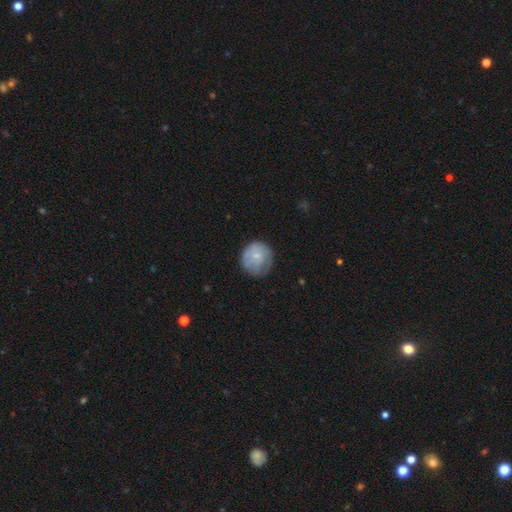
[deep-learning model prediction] Q: Smooth or featured?
A: smooth (61%); runner-up: featured or disk (32%)
Q: How rounded?
A: round (88%); runner-up: in between (11%)
Q: Merging?
A: none (64%); runner-up: minor disturbance (25%)